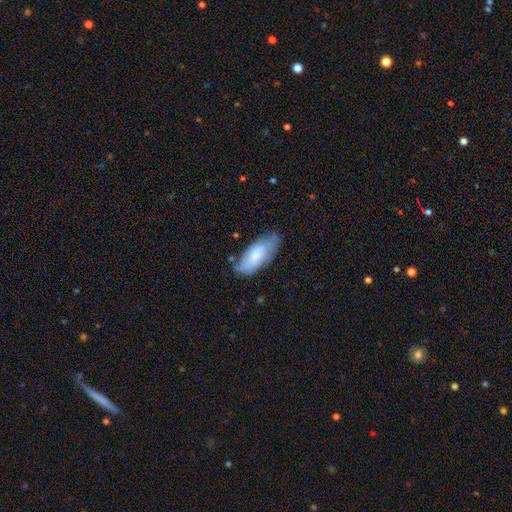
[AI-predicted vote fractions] smooth_or_featured: smooth (p=0.58) [alt: featured or disk p=0.35]
how_rounded: in between (p=0.84) [alt: cigar-shaped p=0.14]
merging: none (p=0.64) [alt: minor disturbance p=0.27]